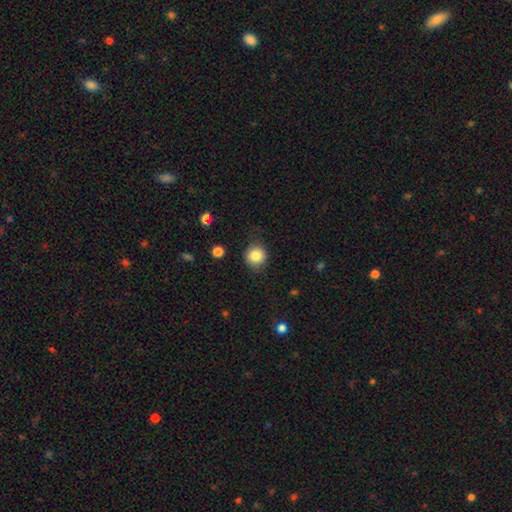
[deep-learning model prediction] Smooth or featured? Predicted: smooth (p=0.84). How rounded? Predicted: round (p=0.91). Merging? Predicted: none (p=0.83).